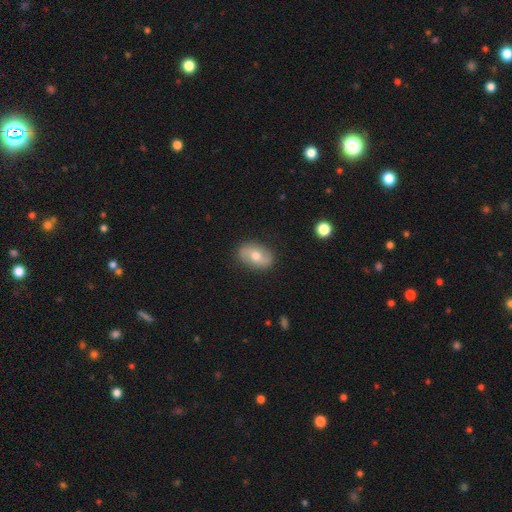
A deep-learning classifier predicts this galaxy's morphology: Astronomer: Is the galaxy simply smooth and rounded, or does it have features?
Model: smooth — 49% (runner-up: featured or disk, 44%).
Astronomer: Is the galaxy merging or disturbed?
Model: none — 84%.